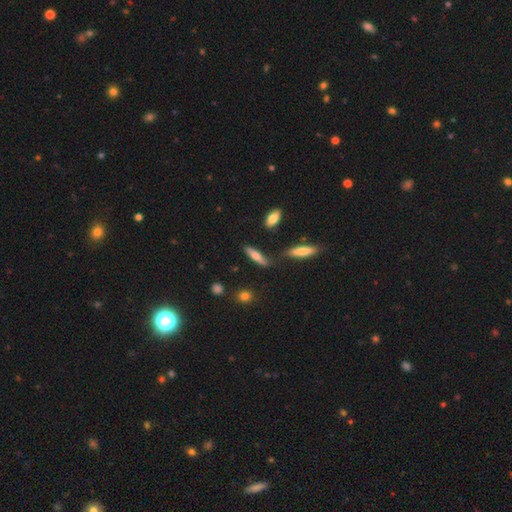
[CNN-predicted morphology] A smooth galaxy with no disk features (66%) that is cigar-shaped (70%).

Vote fractions:
- Smooth or featured? smooth: 66% / featured or disk: 27% / star or artifact: 7%
- How rounded? cigar-shaped: 70% / in between: 27% / round: 2%
- Merging? none: 71% / minor disturbance: 17% / merger: 7% / major disturbance: 5%